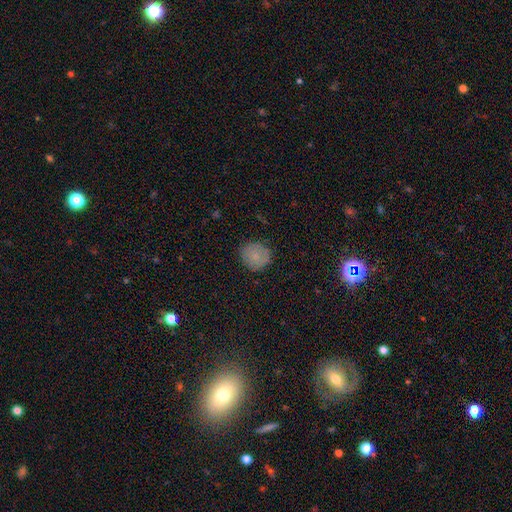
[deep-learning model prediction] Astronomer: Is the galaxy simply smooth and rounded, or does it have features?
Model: smooth — 80%.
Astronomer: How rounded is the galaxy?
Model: round — 82%.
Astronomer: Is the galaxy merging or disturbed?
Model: none — 83%.